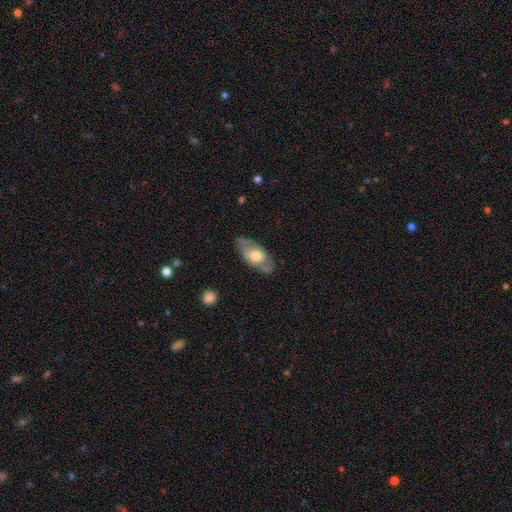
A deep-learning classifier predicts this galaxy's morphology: This appears to be a featured or disk galaxy (51%). Merging: none (71%).